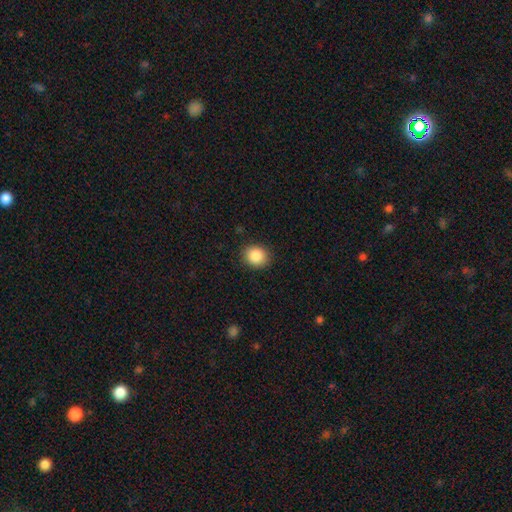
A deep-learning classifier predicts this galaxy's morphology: Overall: smooth (87%). How rounded: round (70%). Merging: none (90%).